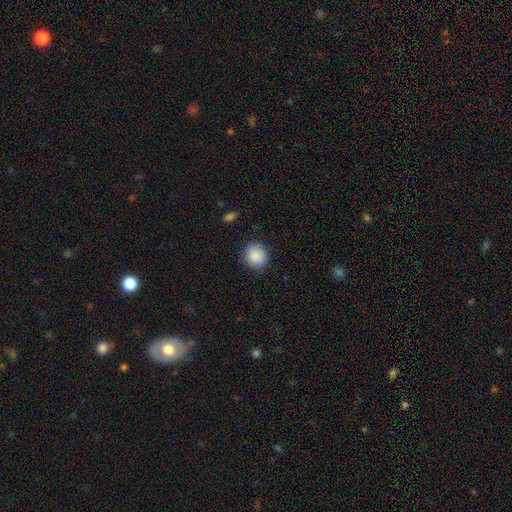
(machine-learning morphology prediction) A smooth galaxy with no disk features (88%) that is round (87%).

Vote fractions:
- Smooth or featured? smooth: 88% / star or artifact: 8% / featured or disk: 4%
- How rounded? round: 87% / in between: 12% / cigar-shaped: 1%
- Merging? none: 86% / minor disturbance: 10% / major disturbance: 3% / merger: 1%